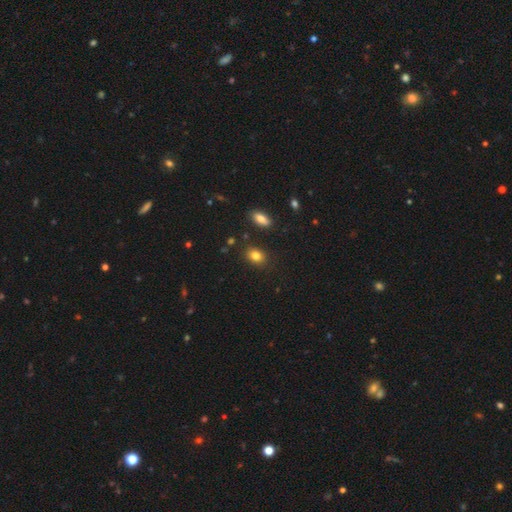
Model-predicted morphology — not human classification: Smooth or featured? smooth (83%)
How rounded? in between (66%)
Merging? none (84%)